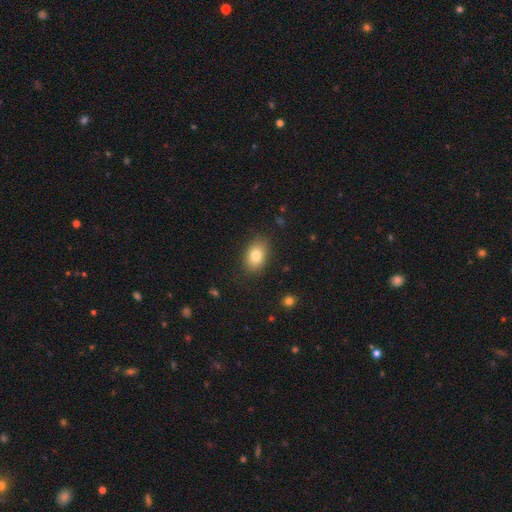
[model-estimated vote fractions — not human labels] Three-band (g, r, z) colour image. It shows a smooth galaxy with no disk features (79%) that is in between round and cigar-shaped (81%). Merging: none (85%).